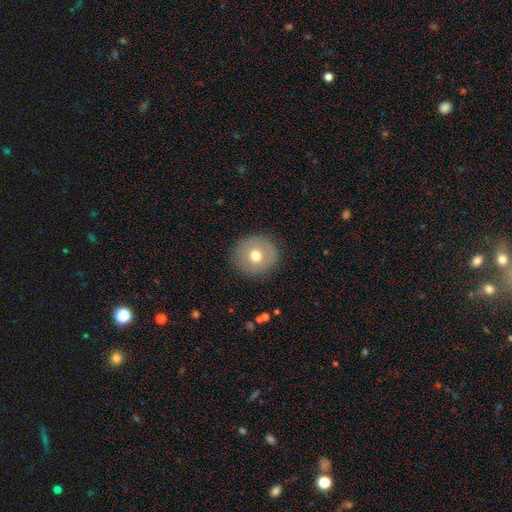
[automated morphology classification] Overall: smooth (68%). How rounded: round (94%). Merging: none (88%).